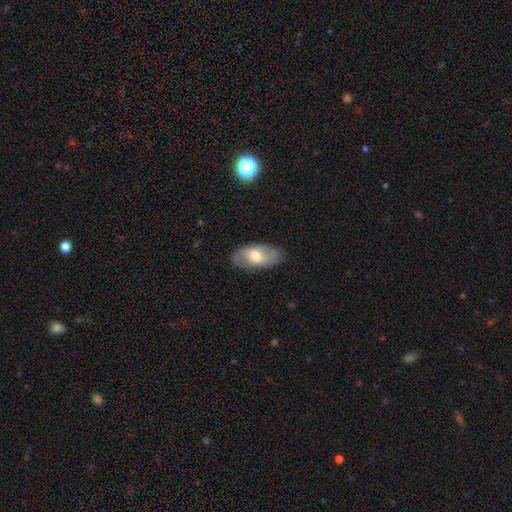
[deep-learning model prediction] smooth-or-featured: featured or disk: 49% | smooth: 45% | star or artifact: 6%
  merging: none: 82% | minor disturbance: 13% | major disturbance: 4% | merger: 1%